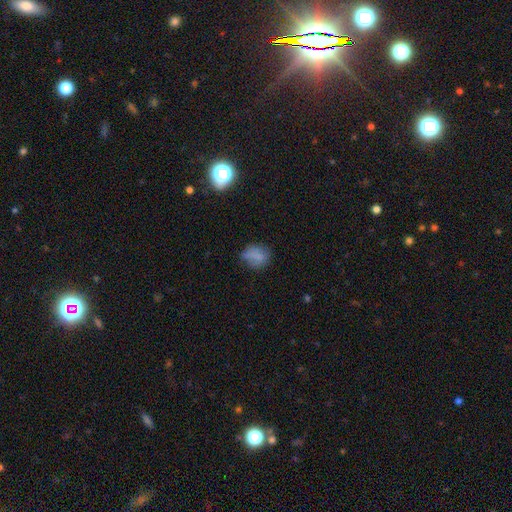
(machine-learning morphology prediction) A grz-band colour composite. It shows a smooth galaxy with no disk features (75%) that is round (53%). Merging: none (58%).